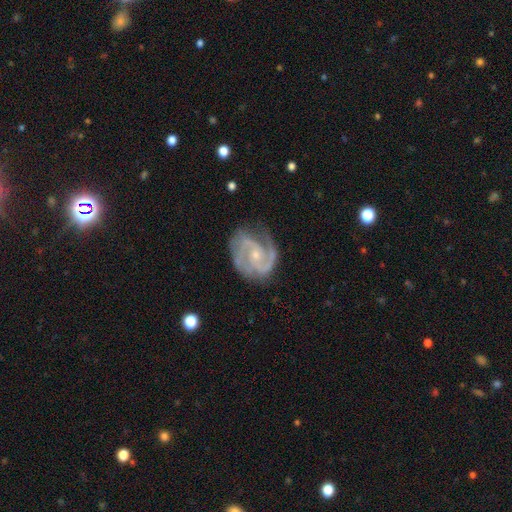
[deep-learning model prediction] smooth_or_featured: featured or disk (p=0.91) [alt: star or artifact p=0.05]
disk_edge_on: no (p=0.98) [alt: yes p=0.02]
bar: no (p=0.57) [alt: weak p=0.34]
has_spiral_arms: yes (p=0.98) [alt: no p=0.02]
spiral_winding: medium (p=0.51) [alt: tight p=0.40]
spiral_arm_count: 2 (p=0.78) [alt: 3 p=0.11]
bulge_size: small (p=0.70) [alt: moderate p=0.25]
merging: none (p=0.72) [alt: minor disturbance p=0.19]